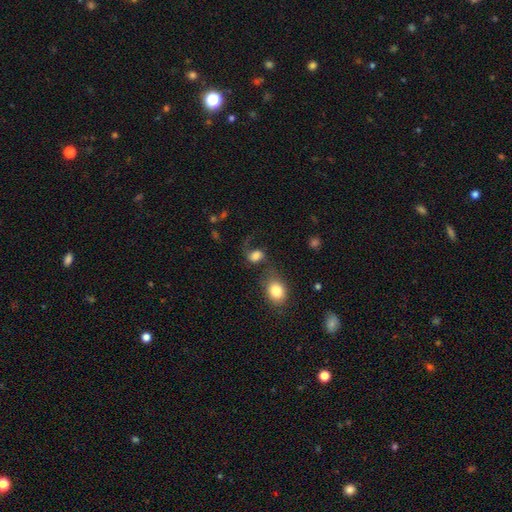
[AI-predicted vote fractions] A smooth galaxy with no disk features (51%) that is in between round and cigar-shaped (57%).

Vote fractions:
- Smooth or featured? smooth: 51% / featured or disk: 36% / star or artifact: 13%
- How rounded? in between: 57% / round: 41% / cigar-shaped: 2%
- Merging? none: 42% / major disturbance: 22% / minor disturbance: 18% / merger: 18%